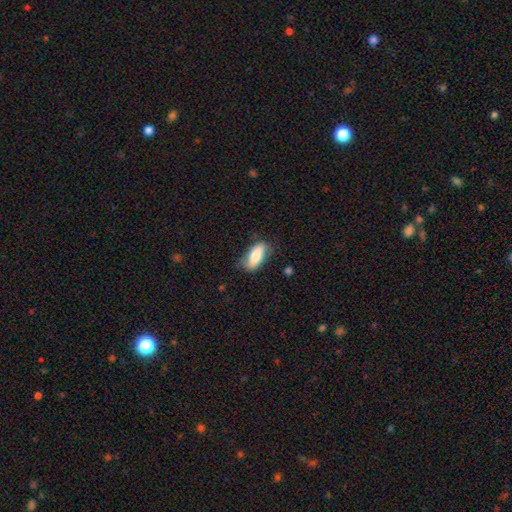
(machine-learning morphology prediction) Overall: smooth (74%). How rounded: in between (80%). Merging: none (70%).